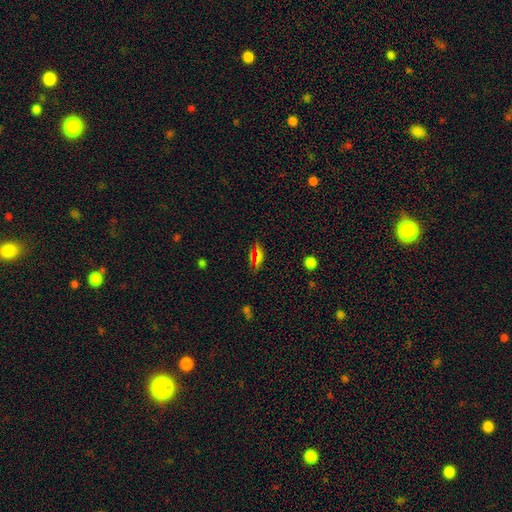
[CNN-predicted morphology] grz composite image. It shows a smooth galaxy with no disk features (59%) that is in between round and cigar-shaped (77%). Merging: none (79%).